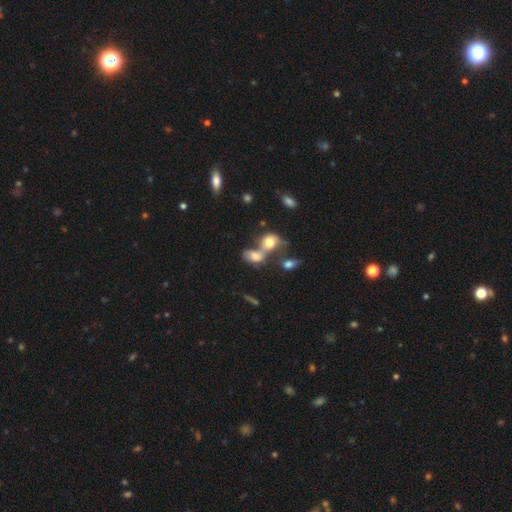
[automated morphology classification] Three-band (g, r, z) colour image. It shows a smooth galaxy with no disk features (52%) that is in between round and cigar-shaped (48%). Merging: merger (50%).